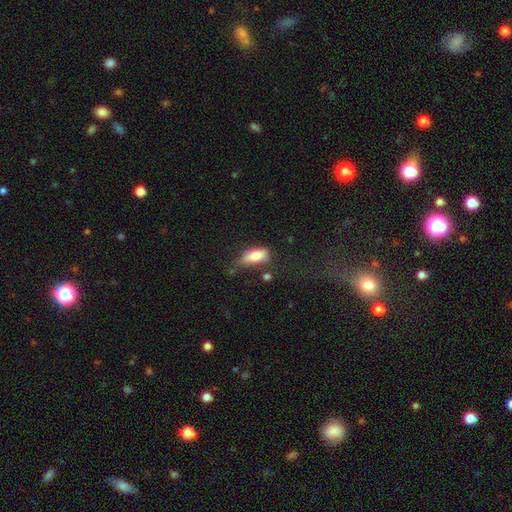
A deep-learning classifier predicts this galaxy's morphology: type=smooth (75%); roundness=in between (81%); merging=none (41%).